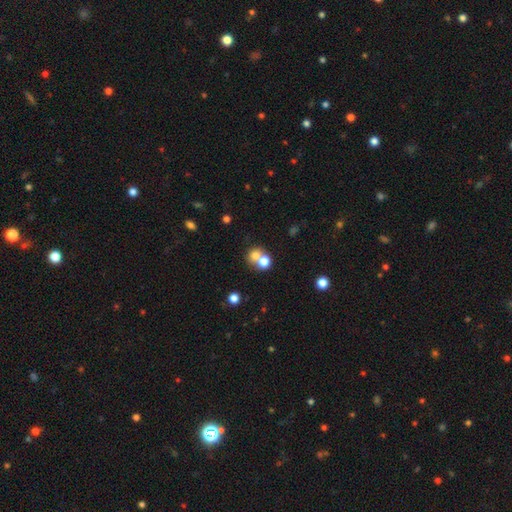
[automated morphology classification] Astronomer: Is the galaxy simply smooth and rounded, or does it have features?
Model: smooth — 72%.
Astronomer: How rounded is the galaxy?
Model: round — 77%.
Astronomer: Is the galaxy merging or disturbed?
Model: merger — 52% (runner-up: none, 38%).